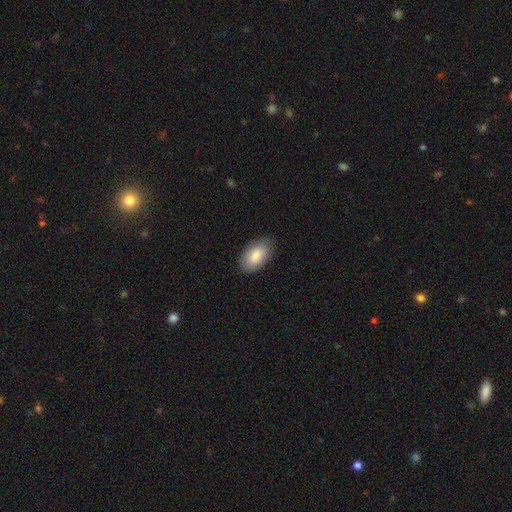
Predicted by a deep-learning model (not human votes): This is clearly a smooth galaxy (84%). How rounded: clearly in between (94%). Merging: clearly none (84%).